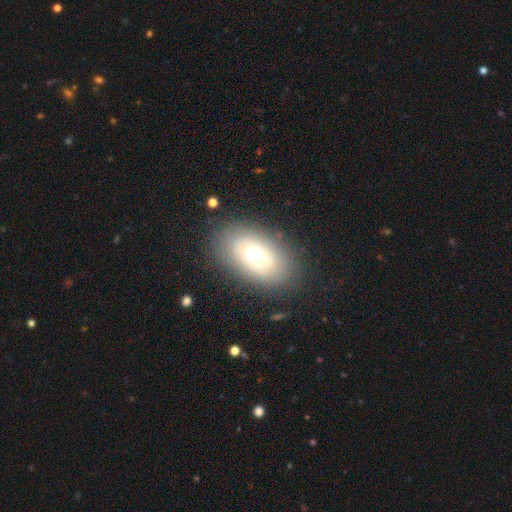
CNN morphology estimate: Smooth or featured?
  - smooth: 60% *
  - featured or disk: 31%
  - star or artifact: 9%
How rounded?
  - in between: 91% *
  - round: 7%
  - cigar-shaped: 2%
Merging?
  - none: 79% *
  - minor disturbance: 14%
  - major disturbance: 5%
  - merger: 2%